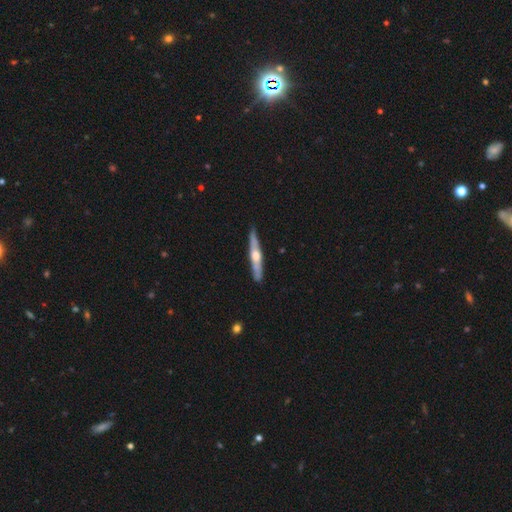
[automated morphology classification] A featured or disk galaxy (66%) viewed edge-on (94%) with a rounded central bulge (87%).

Vote fractions:
- Smooth or featured? featured or disk: 66% / smooth: 29% / star or artifact: 5%
- Edge-on disk? yes: 94% / no: 6%
- Edge-on bulge? rounded: 87% / none: 7% / boxy: 6%
- Merging? none: 87% / minor disturbance: 10% / major disturbance: 2% / merger: 1%